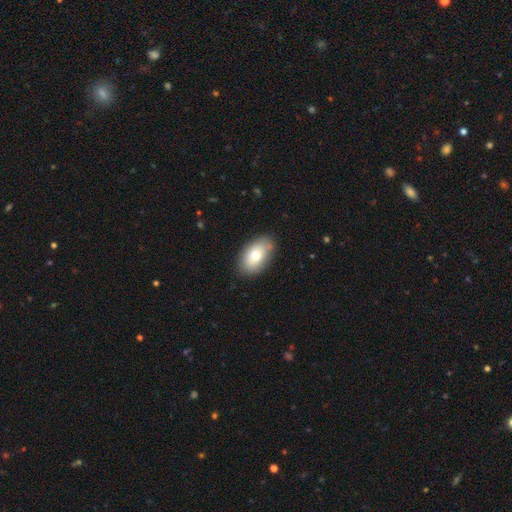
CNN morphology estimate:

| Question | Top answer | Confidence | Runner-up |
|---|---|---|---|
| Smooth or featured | smooth | 74% | featured or disk (19%) |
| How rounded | in between | 92% | round (7%) |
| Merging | none | 83% | minor disturbance (13%) |